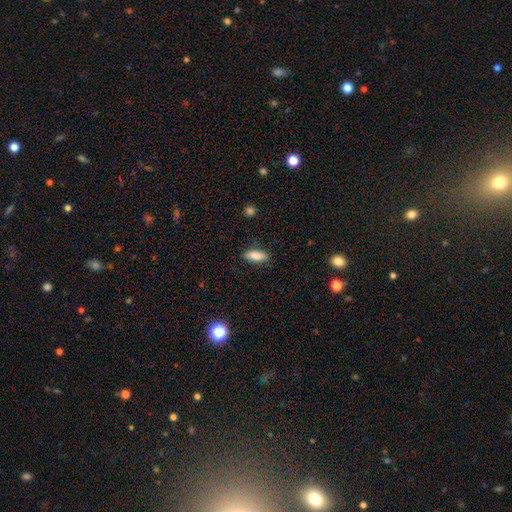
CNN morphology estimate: smooth 85%, star or artifact 7%, featured or disk 7%. Down the decision tree: how rounded — in between (71%); merging — none (85%).